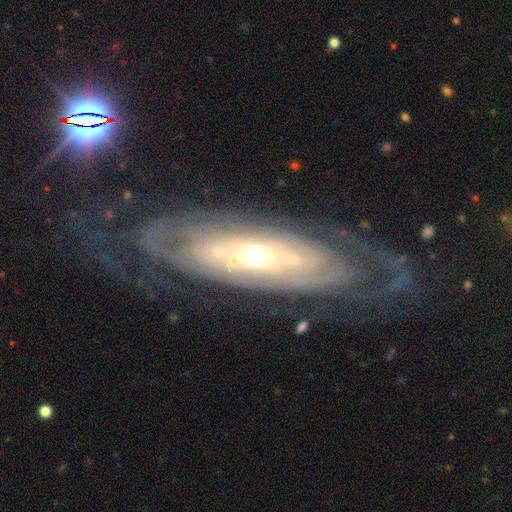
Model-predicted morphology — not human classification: The model was most divided on "bulge size": moderate: 50%, small: 42%, large: 6%, dominant: 2%, none: 1%. More confident: smooth or featured — featured or disk (84%); edge-on disk — no (83%); spiral arms — yes (77%); spiral winding — tight (74%); merging — none (72%); bar — no (69%); spiral arm count — can't tell (59%).